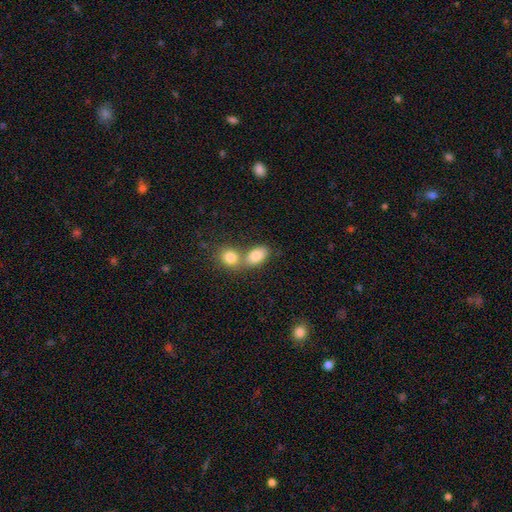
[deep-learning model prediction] Overall: smooth (83%). How rounded: in between (83%). Merging: merger (50%; none 39%).